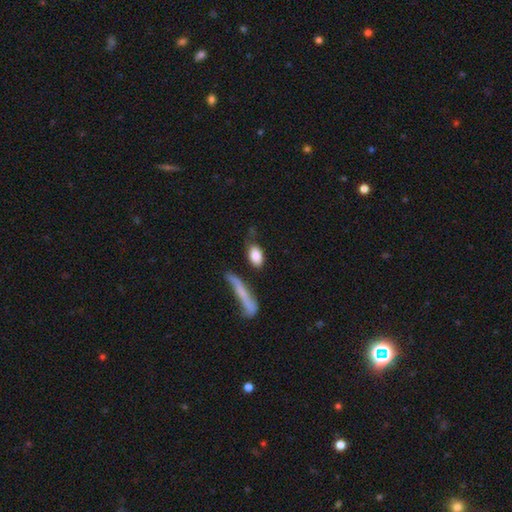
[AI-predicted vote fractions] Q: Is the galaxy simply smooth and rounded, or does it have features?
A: smooth — 84%.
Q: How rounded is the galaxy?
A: in between — 85%.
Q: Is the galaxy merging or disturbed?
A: none — 56%.